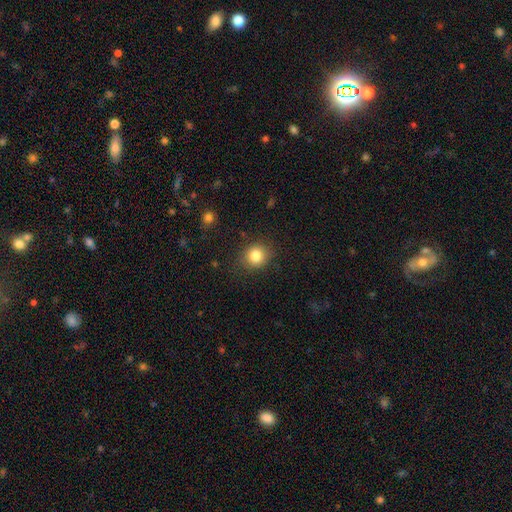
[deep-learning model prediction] This appears to be a smooth galaxy with no disk features (83%) that is round (79%). Merging: none (84%).